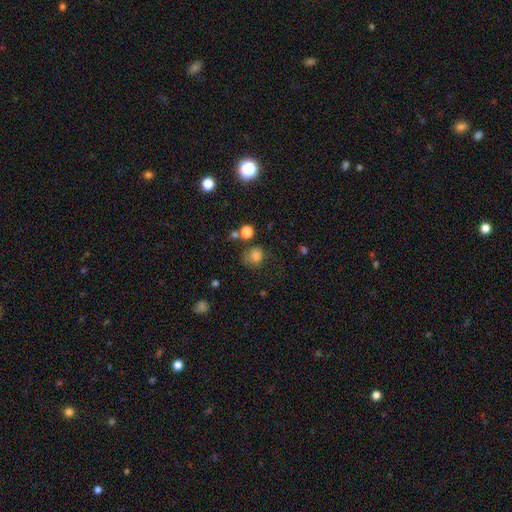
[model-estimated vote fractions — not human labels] This appears to be a smooth galaxy with no disk features (79%) that is round (75%). Merging: none (58%).